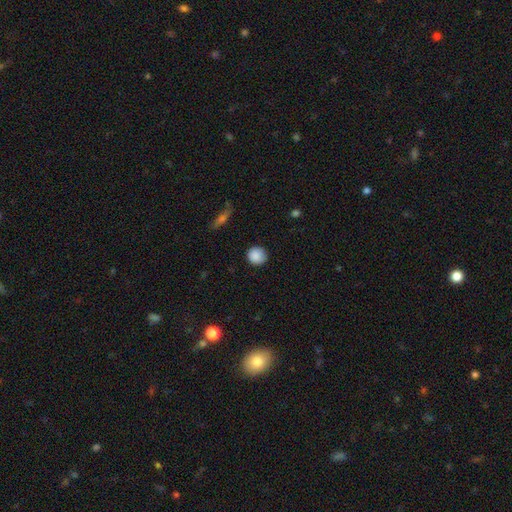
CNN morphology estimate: A smooth galaxy with no disk features (88%) that is round (91%).

Vote fractions:
- Smooth or featured? smooth: 88% / star or artifact: 8% / featured or disk: 4%
- How rounded? round: 91% / in between: 8% / cigar-shaped: 1%
- Merging? none: 86% / minor disturbance: 10% / major disturbance: 2% / merger: 1%